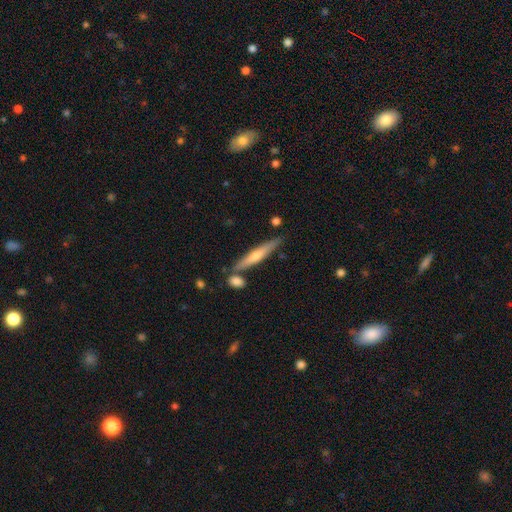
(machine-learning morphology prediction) A featured or disk galaxy (60%) viewed edge-on (96%) with a rounded central bulge (77%). Merging: none (82%).